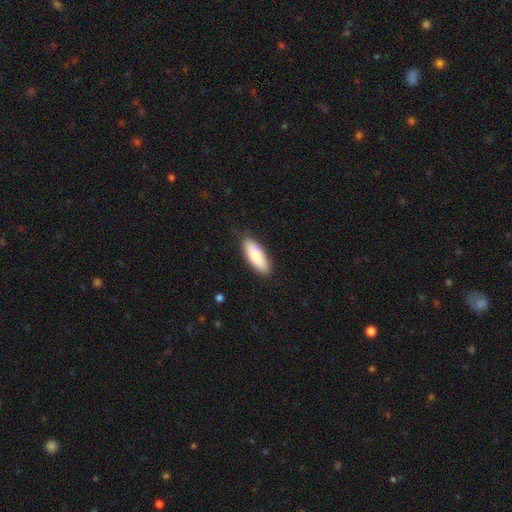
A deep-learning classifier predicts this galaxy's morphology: Q: Smooth or featured?
A: smooth (86%); runner-up: featured or disk (9%)
Q: How rounded?
A: in between (72%); runner-up: cigar-shaped (26%)
Q: Merging?
A: none (85%); runner-up: minor disturbance (12%)